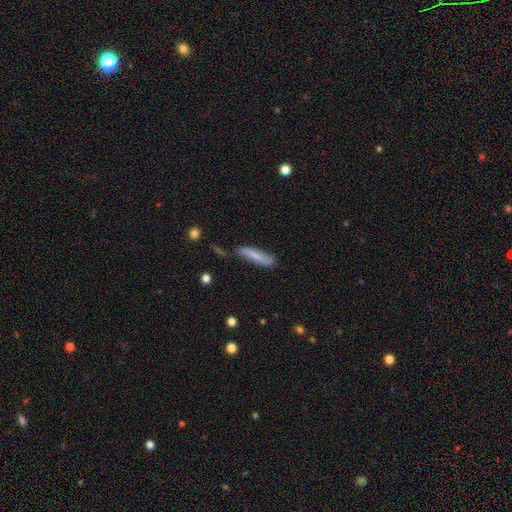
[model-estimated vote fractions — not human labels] Smooth or featured?
  - smooth: 71% *
  - featured or disk: 23%
  - star or artifact: 6%
How rounded?
  - cigar-shaped: 81% *
  - in between: 17%
  - round: 2%
Merging?
  - none: 66% *
  - minor disturbance: 24%
  - major disturbance: 6%
  - merger: 4%